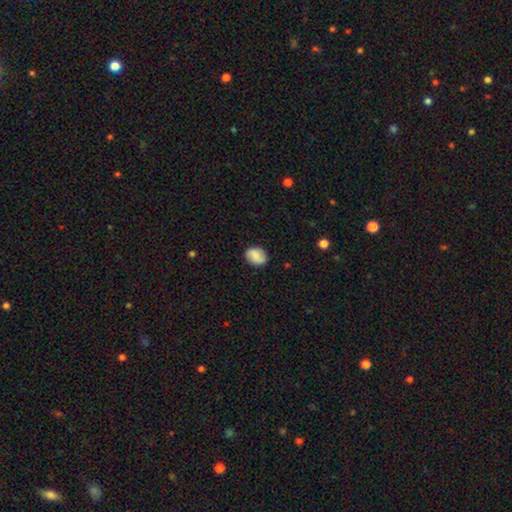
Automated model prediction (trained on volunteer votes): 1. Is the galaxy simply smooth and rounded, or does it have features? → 70% smooth, 22% featured or disk, 8% star or artifact.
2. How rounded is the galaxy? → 61% in between, 37% round, 1% cigar-shaped.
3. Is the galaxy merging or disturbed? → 84% none, 12% minor disturbance, 3% major disturbance, 1% merger.